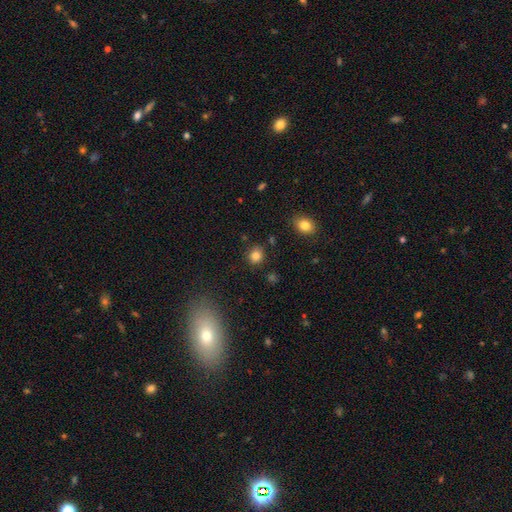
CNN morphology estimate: A smooth galaxy with no disk features (83%) that is round (79%).

Vote fractions:
- Smooth or featured? smooth: 83% / star or artifact: 12% / featured or disk: 5%
- How rounded? round: 79% / in between: 20% / cigar-shaped: 1%
- Merging? none: 86% / minor disturbance: 9% / merger: 3% / major disturbance: 3%